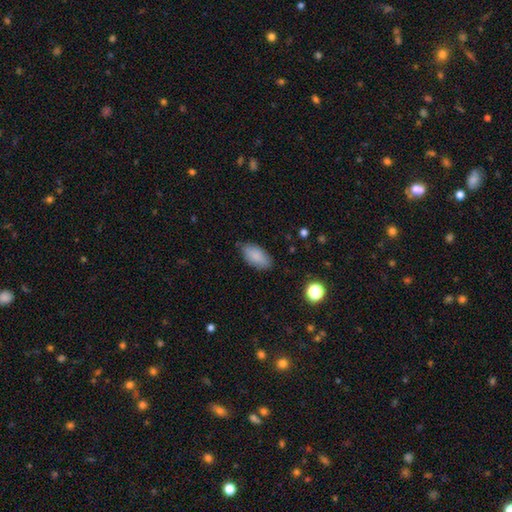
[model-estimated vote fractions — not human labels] This is clearly a smooth galaxy (86%). How rounded: clearly in between (92%). Merging: likely none (76%).